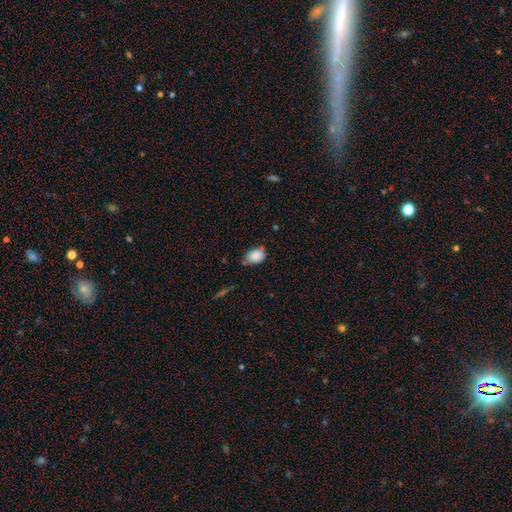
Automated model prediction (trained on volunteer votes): A smooth galaxy with no disk features (84%) that is in between round and cigar-shaped (76%).

Vote fractions:
- Smooth or featured? smooth: 84% / star or artifact: 8% / featured or disk: 7%
- How rounded? in between: 76% / round: 23% / cigar-shaped: 1%
- Merging? none: 56% / minor disturbance: 33% / major disturbance: 6% / merger: 5%